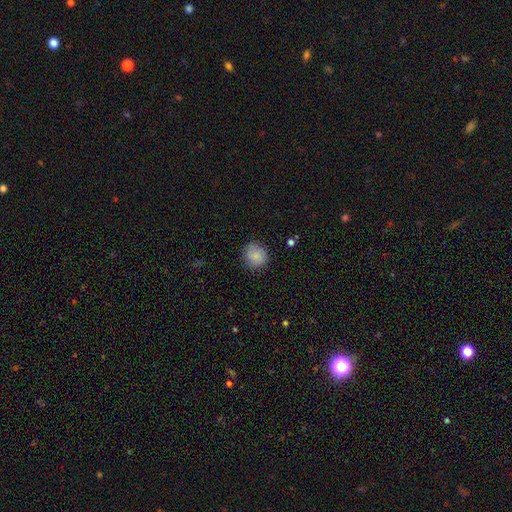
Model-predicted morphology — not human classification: Smooth or featured? smooth (82%)
How rounded? round (86%)
Merging? none (79%)